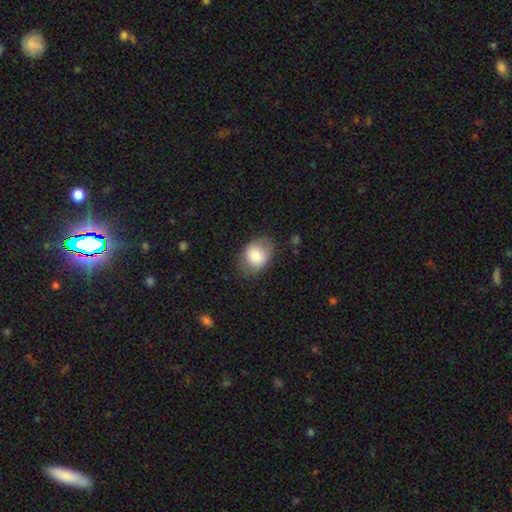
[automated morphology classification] smooth 74%, featured or disk 19%, star or artifact 7%. Down the decision tree: how rounded — in between (64%); merging — none (73%).